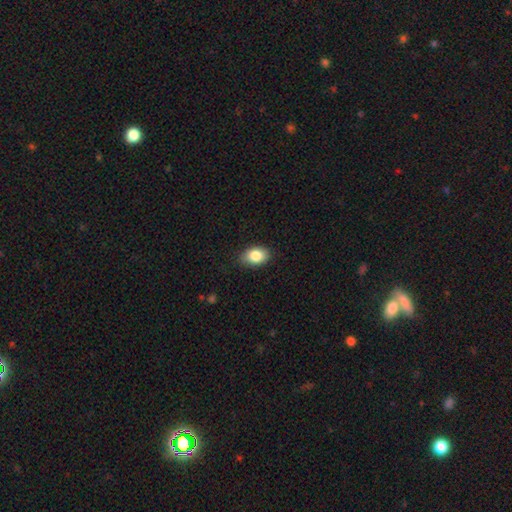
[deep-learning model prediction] Smooth or featured? Predicted: smooth (p=0.84). How rounded? Predicted: in between (p=0.83). Merging? Predicted: none (p=0.84).